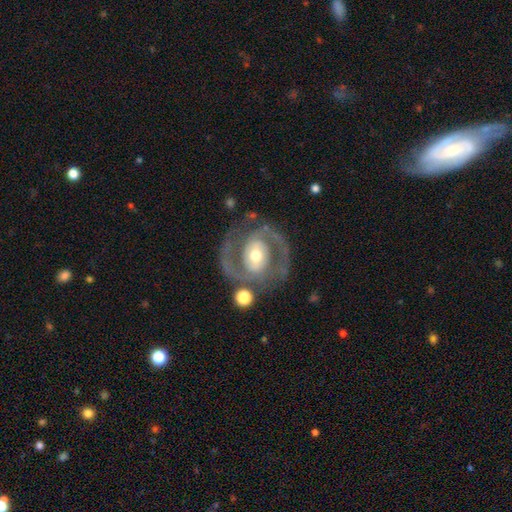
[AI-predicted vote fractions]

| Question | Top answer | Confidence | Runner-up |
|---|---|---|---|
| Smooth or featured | featured or disk | 88% | smooth (7%) |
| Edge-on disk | no | 97% | yes (3%) |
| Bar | no | 44% | weak (36%) |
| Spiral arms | yes | 93% | no (7%) |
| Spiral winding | medium | 54% | tight (33%) |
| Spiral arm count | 2 | 90% | can't tell (4%) |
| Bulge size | moderate | 69% | small (18%) |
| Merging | none | 76% | minor disturbance (13%) |